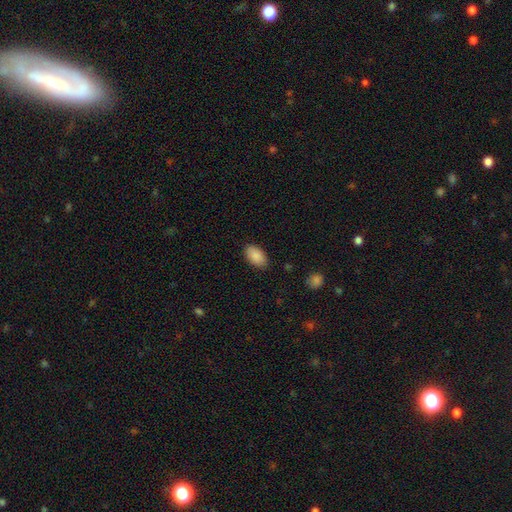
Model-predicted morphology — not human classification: A smooth galaxy with no disk features (89%) that is in between round and cigar-shaped (94%). Merging: none (86%).